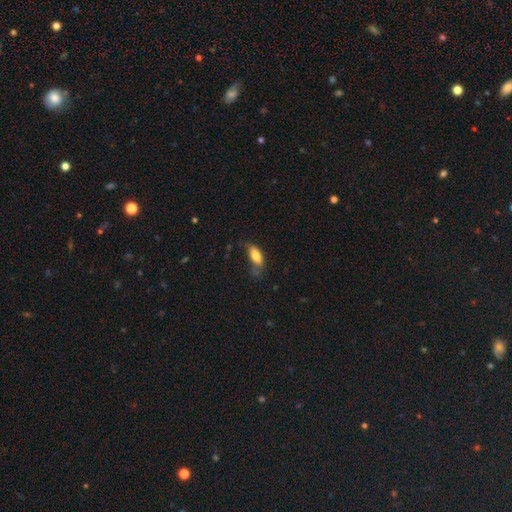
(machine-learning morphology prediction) This appears to be a smooth galaxy with no disk features (79%) that is in between round and cigar-shaped (86%). Merging: none (39%).